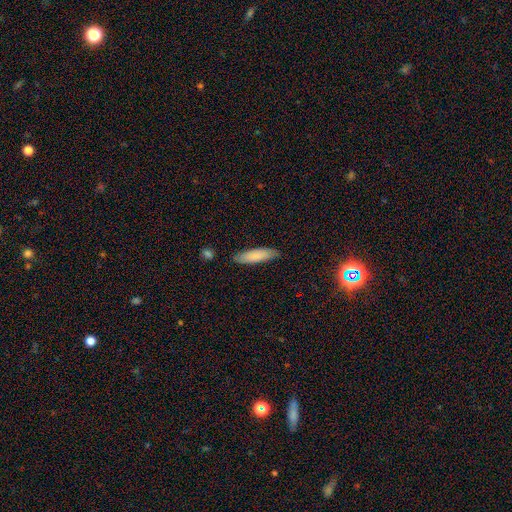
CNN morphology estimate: Overall: smooth (84%). How rounded: cigar-shaped (62%; in between 36%). Merging: none (85%).